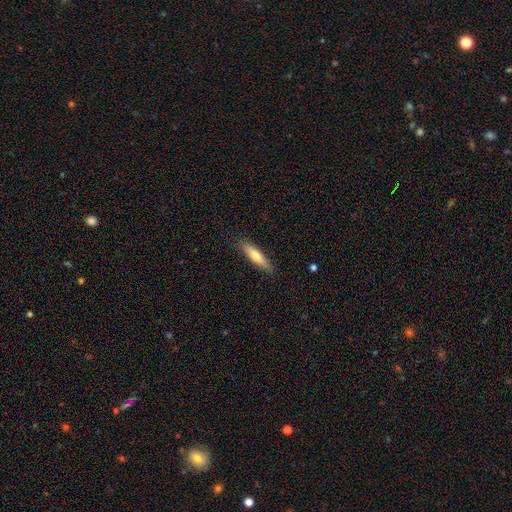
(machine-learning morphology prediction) Smooth or featured? smooth (64%)
How rounded? cigar-shaped (79%)
Merging? none (87%)